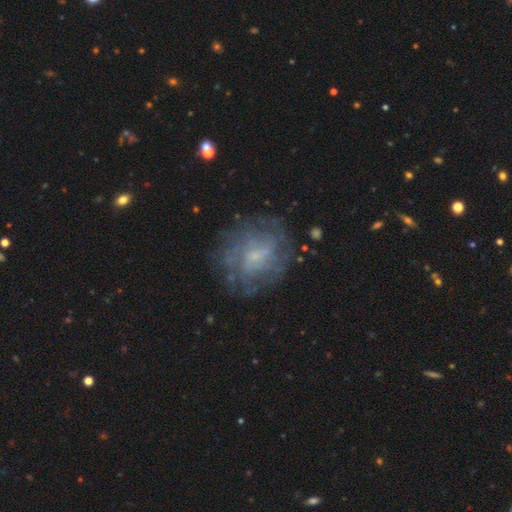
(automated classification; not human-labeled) Q: Smooth or featured?
A: featured or disk (67%); runner-up: smooth (22%)
Q: Edge-on disk?
A: no (97%); runner-up: yes (3%)
Q: Bar?
A: no (49%); runner-up: weak (43%)
Q: Spiral arms?
A: yes (70%); runner-up: no (30%)
Q: Bulge size?
A: small (59%); runner-up: moderate (20%)
Q: Merging?
A: none (74%); runner-up: minor disturbance (15%)